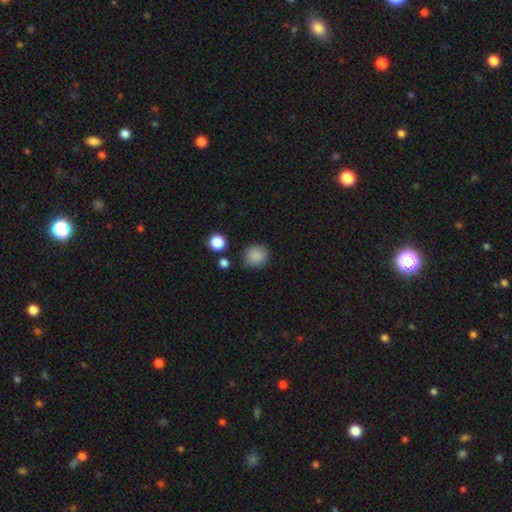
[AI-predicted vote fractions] Smooth or featured: smooth — 87% (star or artifact — 10%)
How rounded: round — 82% (in between — 17%)
Merging: none — 80% (minor disturbance — 13%)